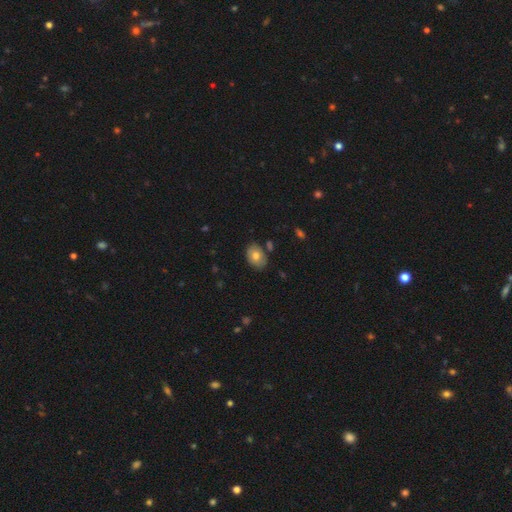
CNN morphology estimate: This appears to be a smooth galaxy with no disk features (74%) that is in between round and cigar-shaped (74%). Merging: none (77%).